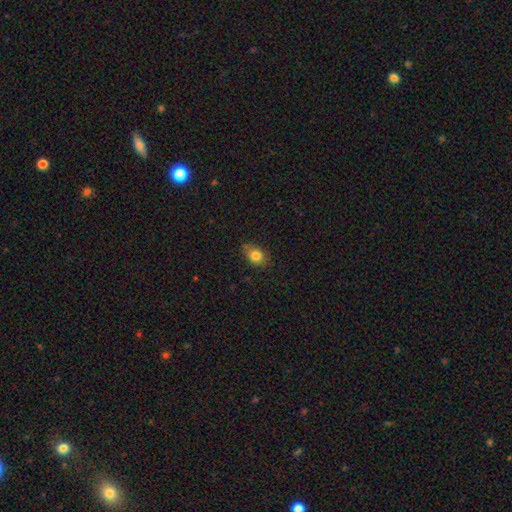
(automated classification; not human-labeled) Overall: smooth (81%). How rounded: in between (52%; round 47%). Merging: none (73%).